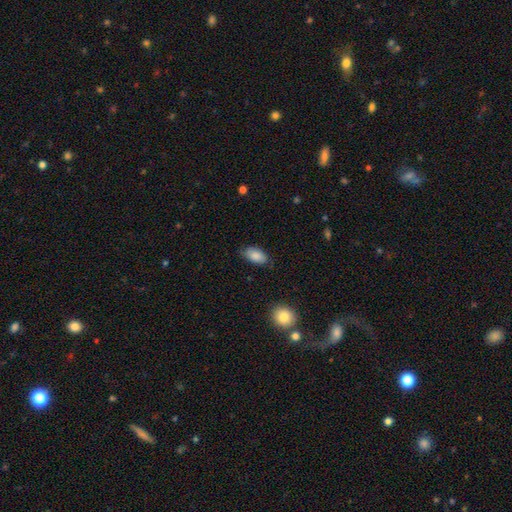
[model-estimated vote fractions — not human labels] Smooth or featured? Predicted: smooth (p=0.85). How rounded? Predicted: in between (p=0.93). Merging? Predicted: none (p=0.76).